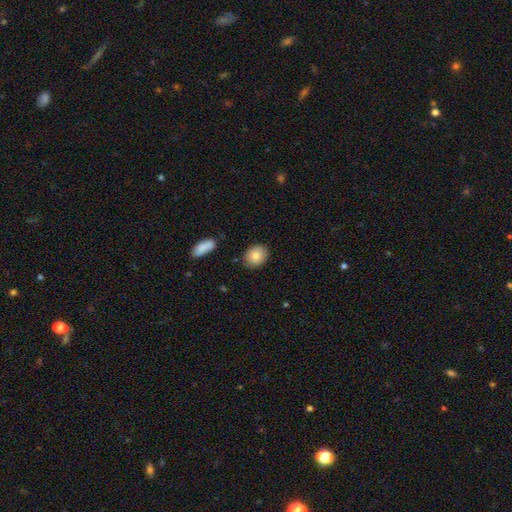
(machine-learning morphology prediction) The model was most divided on "how rounded": round: 52%, in between: 47%, cigar-shaped: 1%. More confident: smooth or featured — smooth (83%); merging — none (83%).